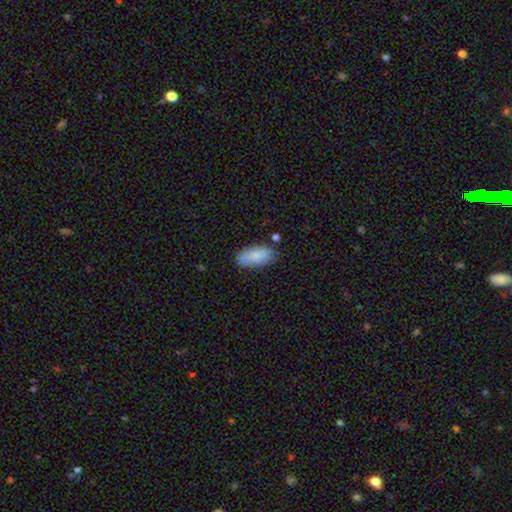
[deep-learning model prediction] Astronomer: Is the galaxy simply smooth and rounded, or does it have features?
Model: smooth — 84%.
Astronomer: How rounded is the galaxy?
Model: in between — 85%.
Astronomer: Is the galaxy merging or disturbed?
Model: none — 79%.